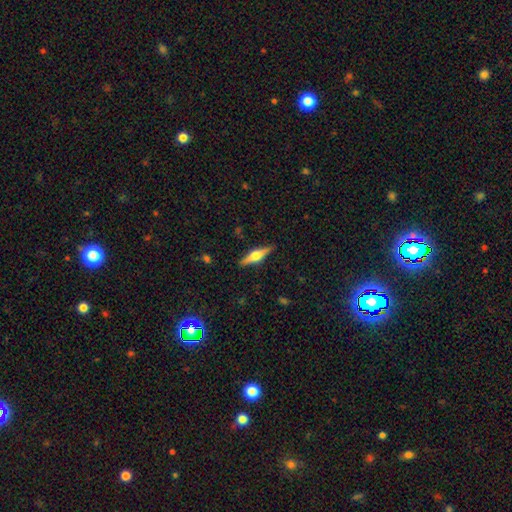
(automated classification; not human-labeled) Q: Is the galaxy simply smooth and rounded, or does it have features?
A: featured or disk — 64%.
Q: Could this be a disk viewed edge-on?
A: yes — 97%.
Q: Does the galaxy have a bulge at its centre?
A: rounded — 93%.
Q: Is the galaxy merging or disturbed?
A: none — 89%.